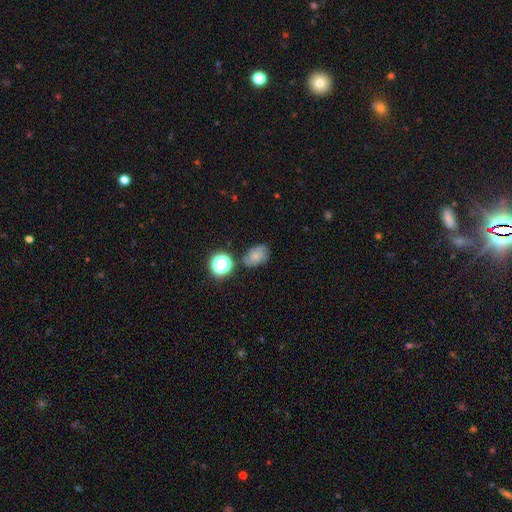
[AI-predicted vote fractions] Smooth or featured: smooth — 50% (featured or disk — 34%)
Merging: none — 65% (minor disturbance — 23%)